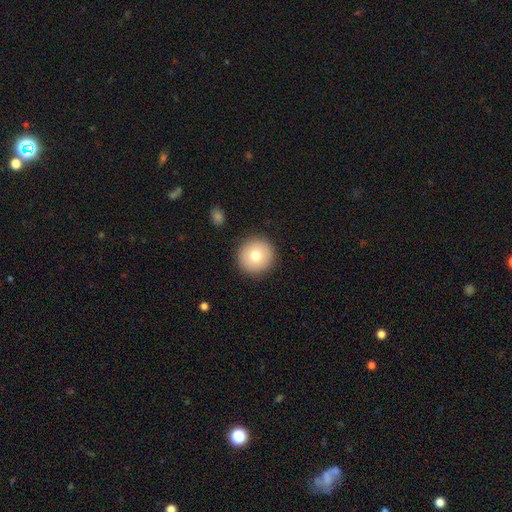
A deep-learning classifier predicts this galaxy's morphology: Q: Smooth or featured?
A: smooth (75%); runner-up: featured or disk (16%)
Q: How rounded?
A: round (95%); runner-up: in between (4%)
Q: Merging?
A: none (91%); runner-up: minor disturbance (6%)